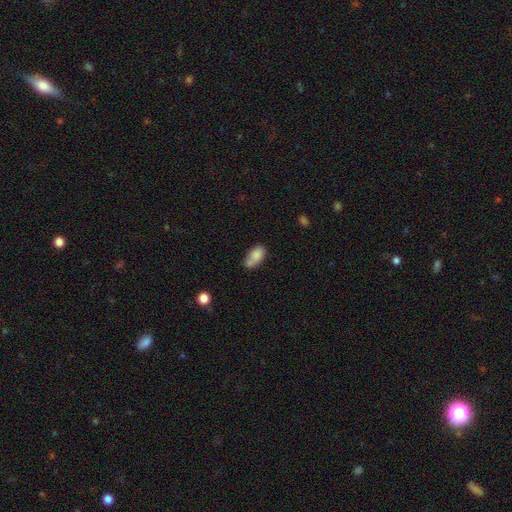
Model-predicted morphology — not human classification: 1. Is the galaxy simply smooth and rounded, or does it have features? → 82% smooth, 9% featured or disk, 8% star or artifact.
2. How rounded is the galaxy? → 90% in between, 5% cigar-shaped, 5% round.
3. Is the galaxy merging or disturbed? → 50% none, 28% minor disturbance, 15% merger, 7% major disturbance.